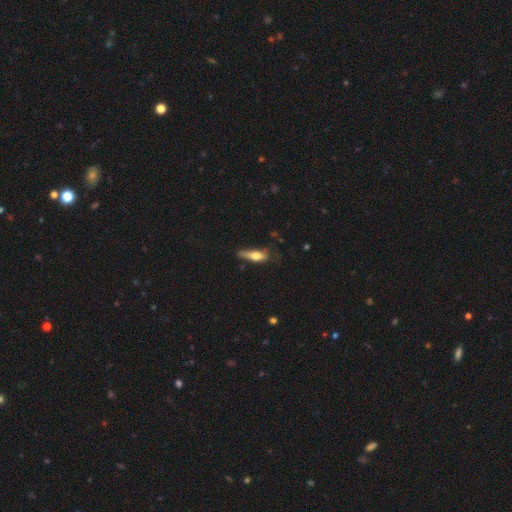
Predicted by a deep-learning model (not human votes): This is likely a smooth galaxy (63%). How rounded: possibly cigar-shaped (52%). Merging: marginally none (42%).